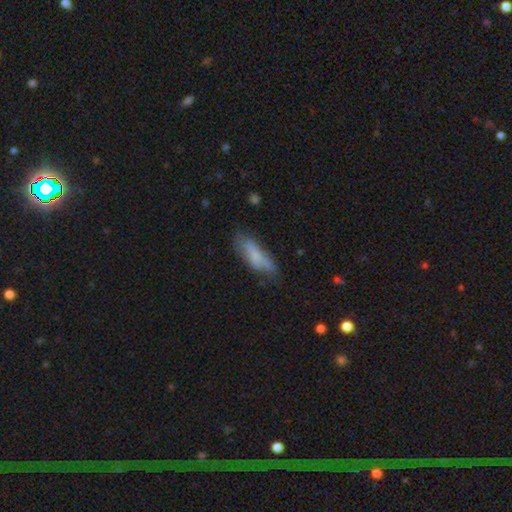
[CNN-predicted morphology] type=smooth (69%); roundness=in between (50%); merging=none (58%).